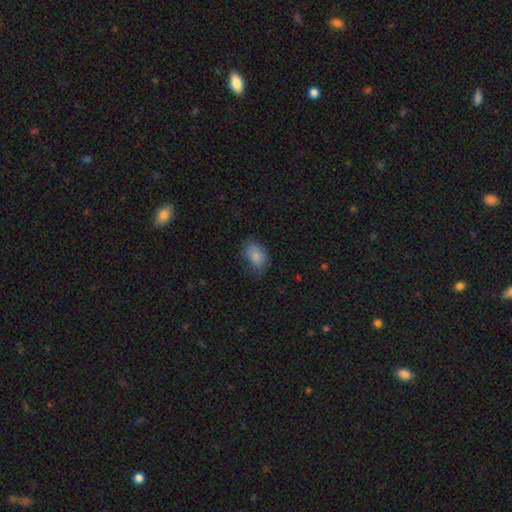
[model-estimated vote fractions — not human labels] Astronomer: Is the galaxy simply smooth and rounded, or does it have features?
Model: smooth — 83%.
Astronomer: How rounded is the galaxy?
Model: in between — 83%.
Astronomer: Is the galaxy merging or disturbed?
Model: none — 63%.